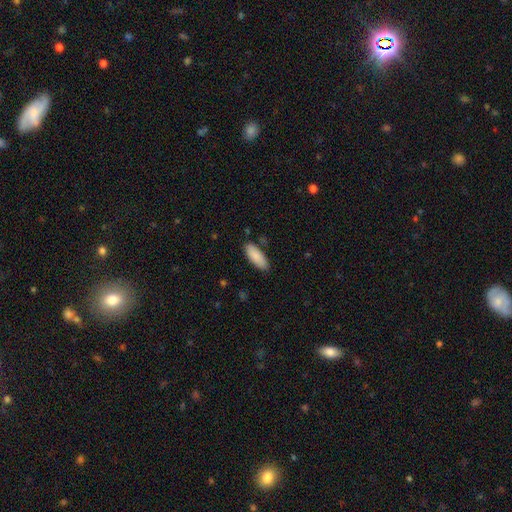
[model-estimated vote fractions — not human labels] Smooth or featured? smooth (88%)
How rounded? in between (72%)
Merging? none (83%)